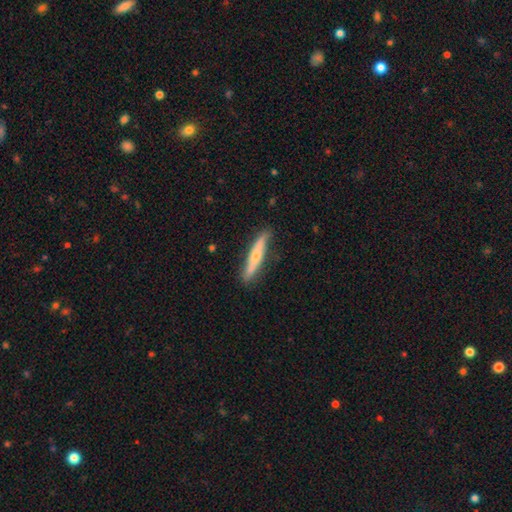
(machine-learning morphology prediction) Smooth or featured: smooth — 49% (featured or disk — 45%)
Merging: none — 82% (minor disturbance — 14%)